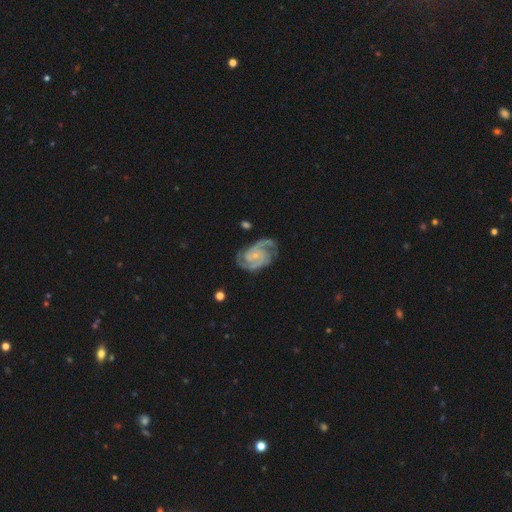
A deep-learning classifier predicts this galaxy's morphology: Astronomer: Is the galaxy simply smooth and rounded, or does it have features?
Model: featured or disk — 93%.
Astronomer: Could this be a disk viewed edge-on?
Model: no — 98%.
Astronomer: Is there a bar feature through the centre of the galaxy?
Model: no — 65%.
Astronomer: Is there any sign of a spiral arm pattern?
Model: yes — 99%.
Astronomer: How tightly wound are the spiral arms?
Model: tight — 50% (runner-up: medium, 44%).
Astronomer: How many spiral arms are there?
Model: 2 — 76%.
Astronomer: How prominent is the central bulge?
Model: small — 76%.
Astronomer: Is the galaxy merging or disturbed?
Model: none — 75%.